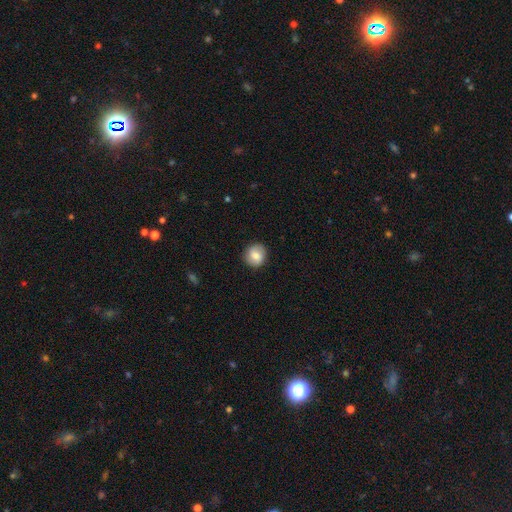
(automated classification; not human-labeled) Morphology: type=smooth (72%); roundness=round (86%); merging=none (86%).